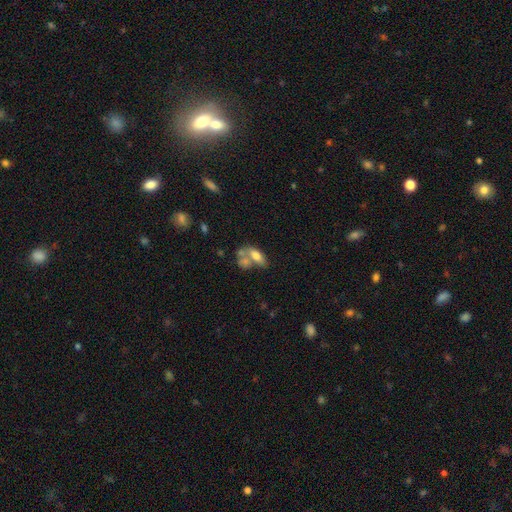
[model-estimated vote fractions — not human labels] smooth_or_featured: smooth (p=0.67) [alt: featured or disk p=0.24]
how_rounded: in between (p=0.82) [alt: cigar-shaped p=0.12]
merging: merger (p=0.47) [alt: none p=0.30]